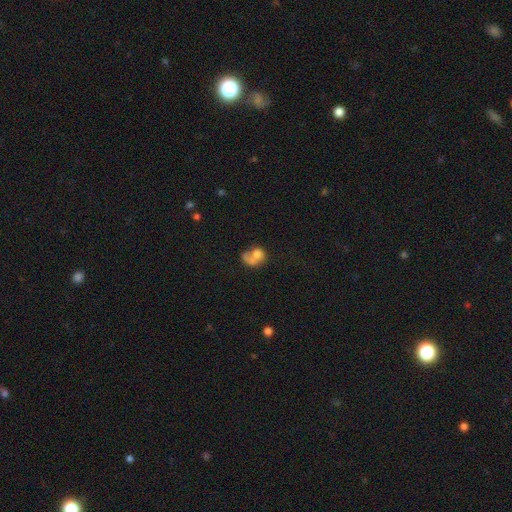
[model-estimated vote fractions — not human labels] Smooth or featured: smooth — 59% (featured or disk — 30%)
How rounded: round — 54% (in between — 45%)
Merging: merger — 43% (none — 23%)